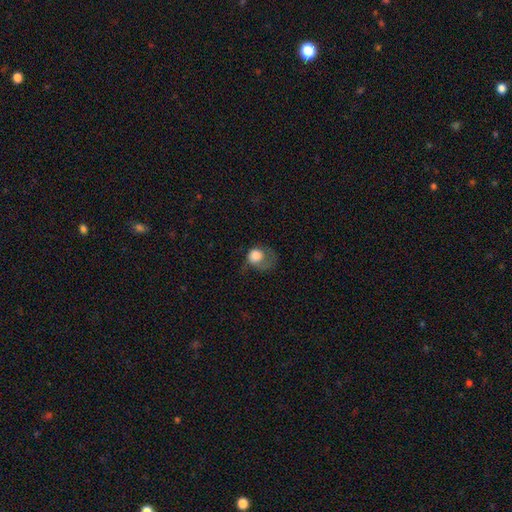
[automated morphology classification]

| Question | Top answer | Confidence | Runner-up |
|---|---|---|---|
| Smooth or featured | smooth | 74% | featured or disk (17%) |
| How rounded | round | 65% | in between (34%) |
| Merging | major disturbance | 49% | minor disturbance (25%) |